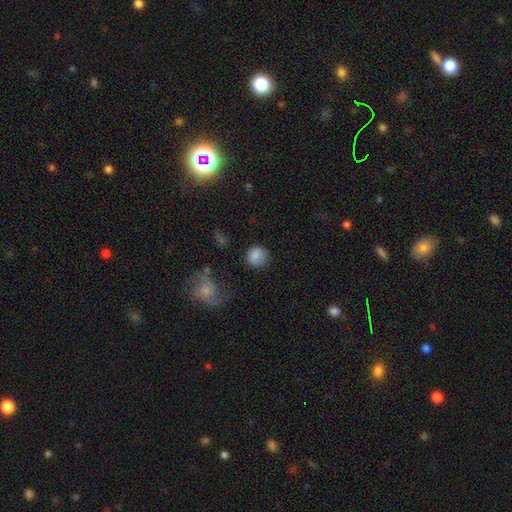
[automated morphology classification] A smooth galaxy with no disk features (85%) that is round (90%).

Vote fractions:
- Smooth or featured? smooth: 85% / star or artifact: 9% / featured or disk: 6%
- How rounded? round: 90% / in between: 9% / cigar-shaped: 1%
- Merging? none: 83% / minor disturbance: 11% / major disturbance: 4% / merger: 2%